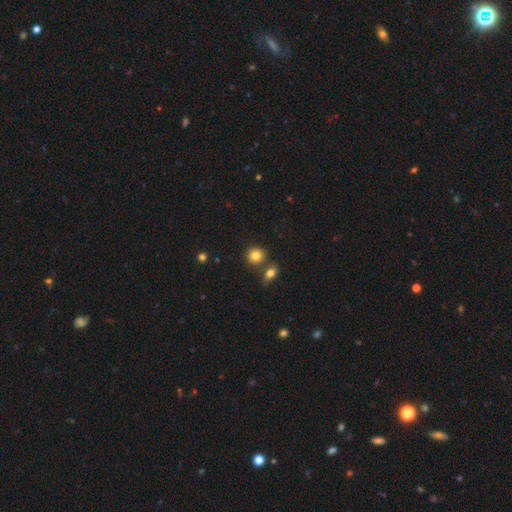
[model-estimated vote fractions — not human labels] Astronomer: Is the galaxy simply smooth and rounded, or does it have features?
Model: smooth — 82%.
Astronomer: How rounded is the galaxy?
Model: round — 84%.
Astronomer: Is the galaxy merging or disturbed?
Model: none — 70%.